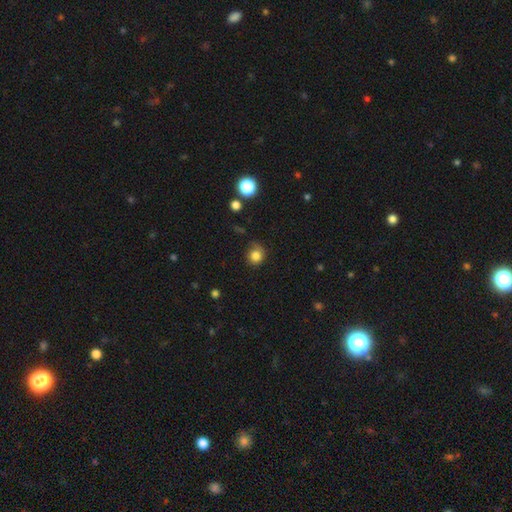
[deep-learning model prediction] Q: Smooth or featured?
A: smooth (81%); runner-up: star or artifact (11%)
Q: How rounded?
A: round (83%); runner-up: in between (16%)
Q: Merging?
A: none (62%); runner-up: minor disturbance (25%)